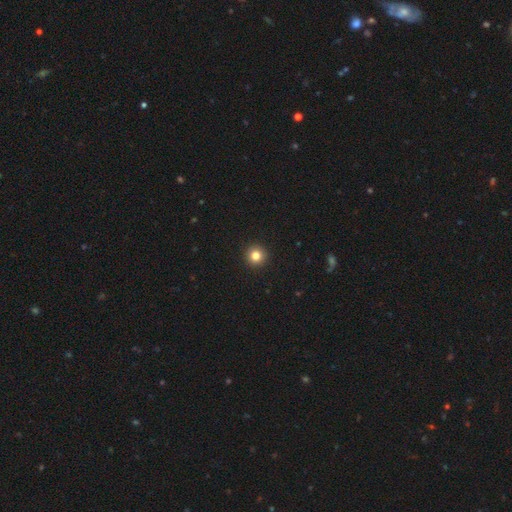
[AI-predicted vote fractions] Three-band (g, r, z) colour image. It shows a smooth galaxy with no disk features (82%) that is round (96%). Merging: none (94%).